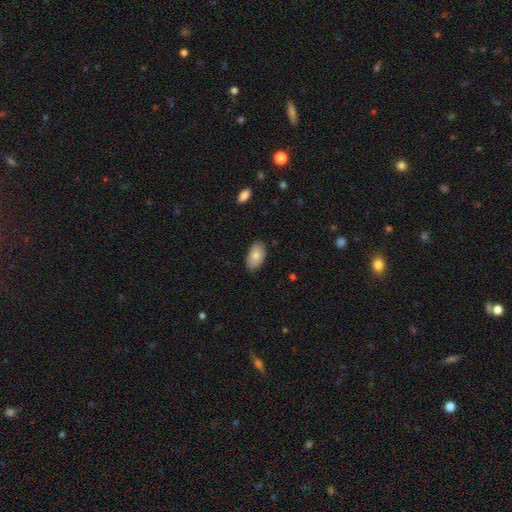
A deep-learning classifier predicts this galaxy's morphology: Smooth or featured?
  - smooth: 77% *
  - featured or disk: 16%
  - star or artifact: 6%
How rounded?
  - in between: 94% *
  - round: 5%
  - cigar-shaped: 1%
Merging?
  - none: 84% *
  - minor disturbance: 13%
  - major disturbance: 2%
  - merger: 1%